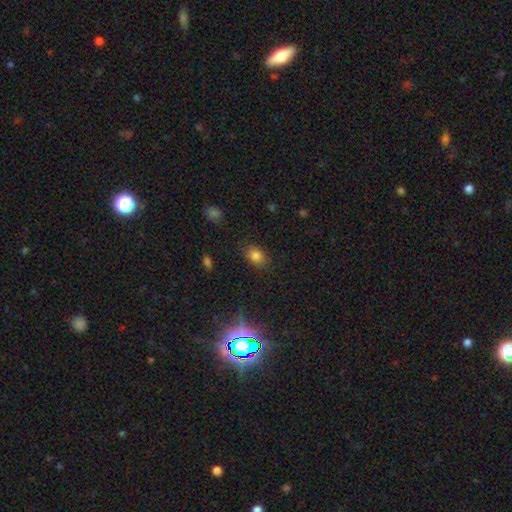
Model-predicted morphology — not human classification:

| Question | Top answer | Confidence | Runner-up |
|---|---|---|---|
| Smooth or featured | smooth | 82% | star or artifact (12%) |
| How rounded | in between | 76% | round (23%) |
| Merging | none | 83% | minor disturbance (12%) |